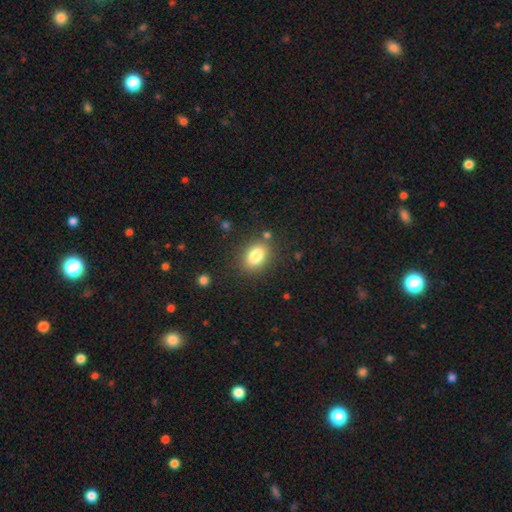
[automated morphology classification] This is clearly a smooth galaxy (84%). How rounded: likely in between (74%). Merging: clearly none (81%).